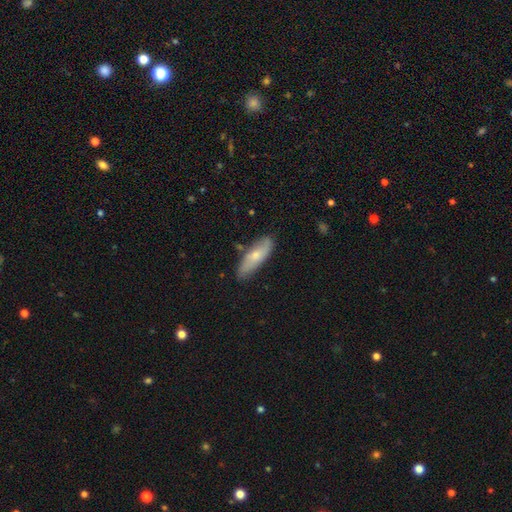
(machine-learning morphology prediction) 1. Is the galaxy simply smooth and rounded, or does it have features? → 59% smooth, 34% featured or disk, 6% star or artifact.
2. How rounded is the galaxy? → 53% in between, 44% cigar-shaped, 3% round.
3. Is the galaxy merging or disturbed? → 78% none, 16% minor disturbance, 3% major disturbance, 3% merger.